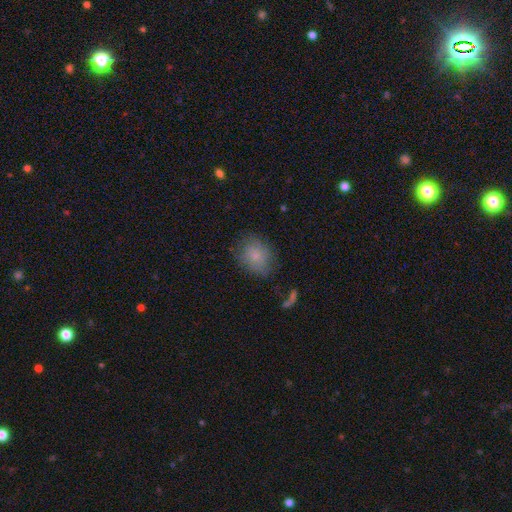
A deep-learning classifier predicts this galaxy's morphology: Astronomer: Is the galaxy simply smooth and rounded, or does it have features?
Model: smooth — 75%.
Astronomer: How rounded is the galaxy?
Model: round — 52% (runner-up: in between, 47%).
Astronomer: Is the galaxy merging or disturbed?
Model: none — 70%.